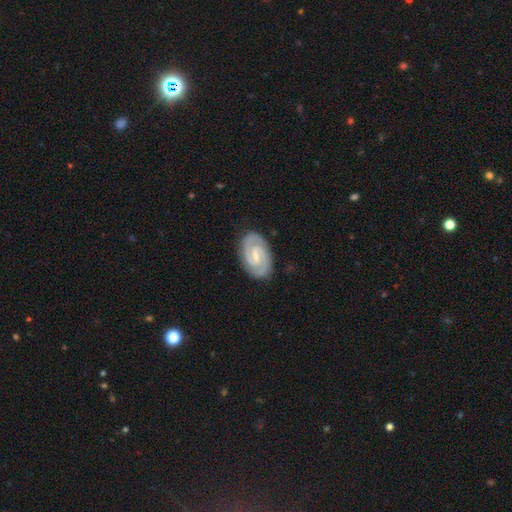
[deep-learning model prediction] smooth_or_featured: featured or disk (p=0.89) [alt: smooth p=0.07]
disk_edge_on: no (p=0.97) [alt: yes p=0.03]
bar: weak (p=0.55) [alt: no p=0.24]
has_spiral_arms: yes (p=0.98) [alt: no p=0.02]
spiral_winding: tight (p=0.60) [alt: medium p=0.35]
spiral_arm_count: 2 (p=0.91) [alt: 3 p=0.03]
bulge_size: small (p=0.61) [alt: moderate p=0.29]
merging: none (p=0.86) [alt: minor disturbance p=0.11]